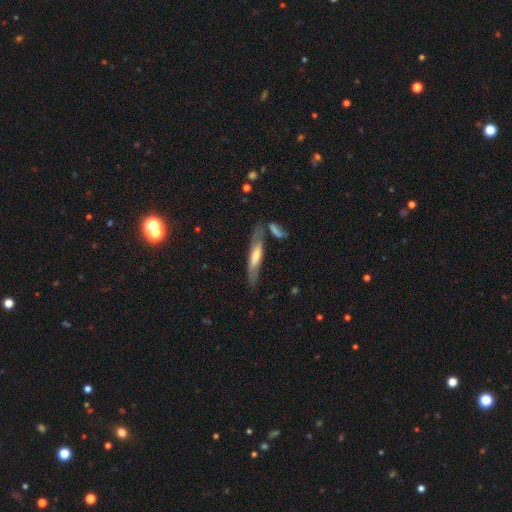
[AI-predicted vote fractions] This appears to be a featured or disk galaxy (56%) viewed edge-on (77%). Merging: none (70%).